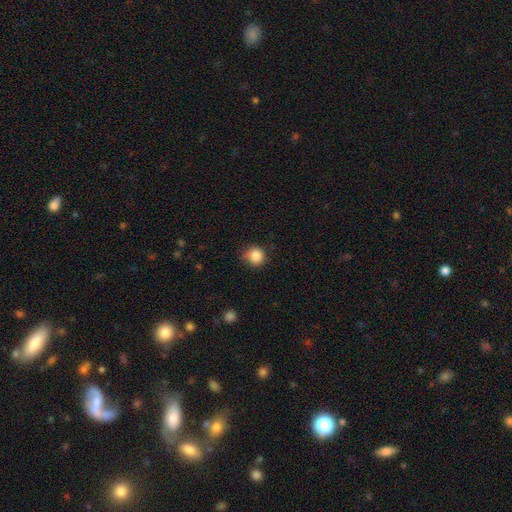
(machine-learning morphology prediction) Smooth or featured?
  - smooth: 85% *
  - star or artifact: 10%
  - featured or disk: 4%
How rounded?
  - round: 91% *
  - in between: 8%
  - cigar-shaped: 1%
Merging?
  - none: 72% *
  - minor disturbance: 22%
  - major disturbance: 4%
  - merger: 1%